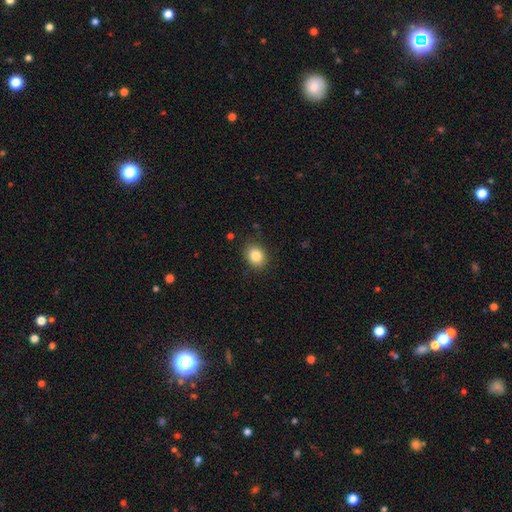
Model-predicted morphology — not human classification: The model was most divided on "how rounded" (2-way tie): in between: 50%, round: 50%, cigar-shaped: 1%. More confident: merging — none (86%); smooth or featured — smooth (85%).